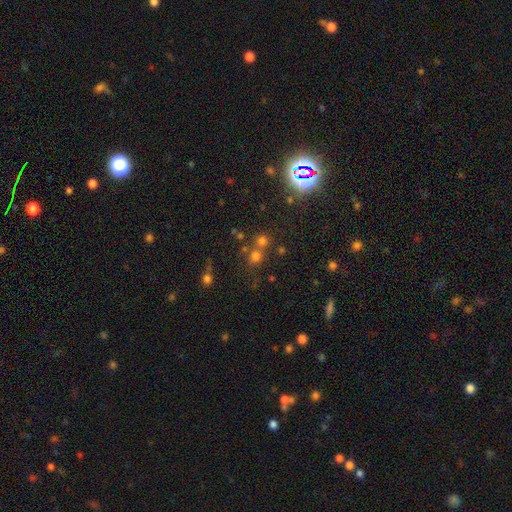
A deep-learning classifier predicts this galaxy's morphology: Overall: smooth (48%; star or artifact 42%). Merging: none (58%; merger 30%).